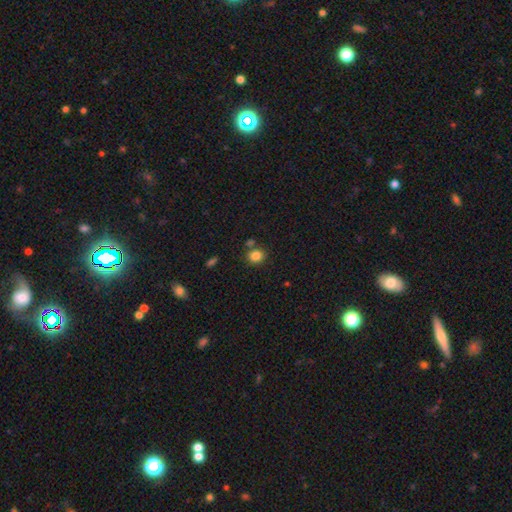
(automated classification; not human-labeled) Smooth or featured? Predicted: smooth (p=0.84). How rounded? Predicted: round (p=0.73). Merging? Predicted: none (p=0.75).